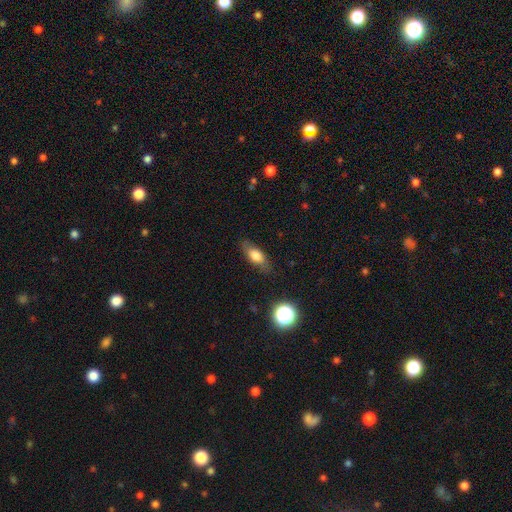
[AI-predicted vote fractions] This is likely a smooth galaxy (70%). How rounded: likely in between (72%). Merging: likely none (78%).